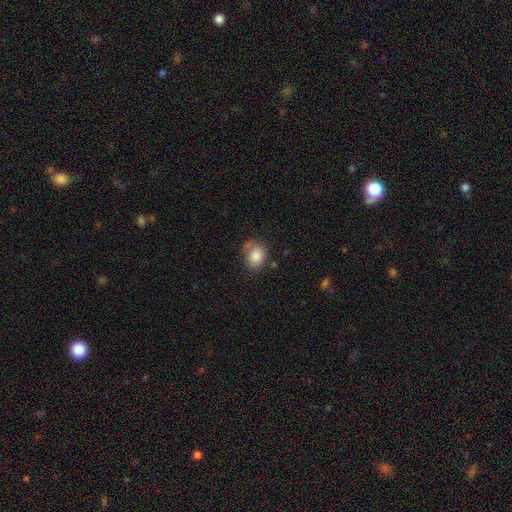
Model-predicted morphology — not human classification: The model was most divided on "how rounded": in between: 53%, round: 46%, cigar-shaped: 1%. More confident: smooth or featured — smooth (85%); merging — none (65%).